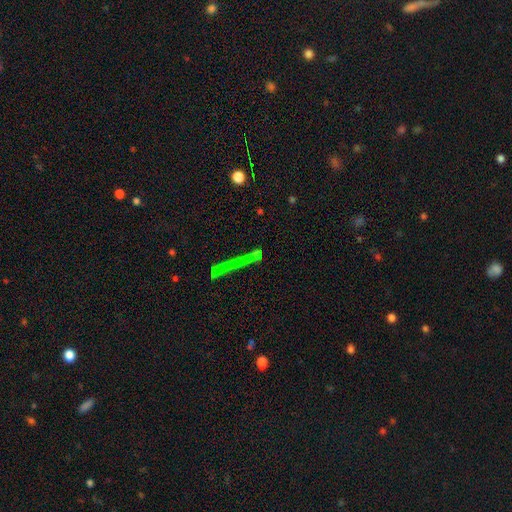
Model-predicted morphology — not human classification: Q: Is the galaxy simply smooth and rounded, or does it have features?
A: star or artifact — 47%.